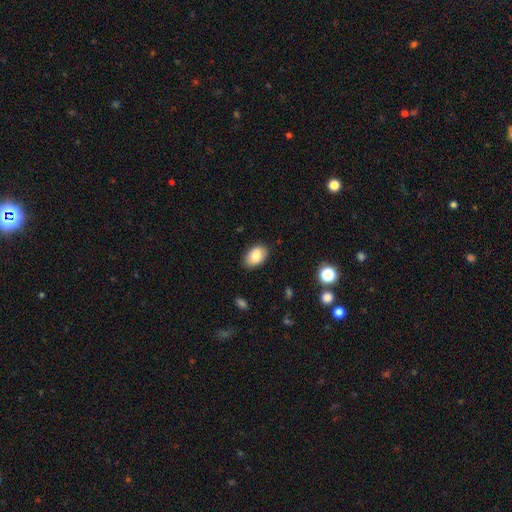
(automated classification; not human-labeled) A smooth galaxy with no disk features (83%) that is in between round and cigar-shaped (88%).

Vote fractions:
- Smooth or featured? smooth: 83% / featured or disk: 9% / star or artifact: 7%
- How rounded? in between: 88% / round: 11% / cigar-shaped: 1%
- Merging? none: 85% / minor disturbance: 12% / major disturbance: 2% / merger: 1%